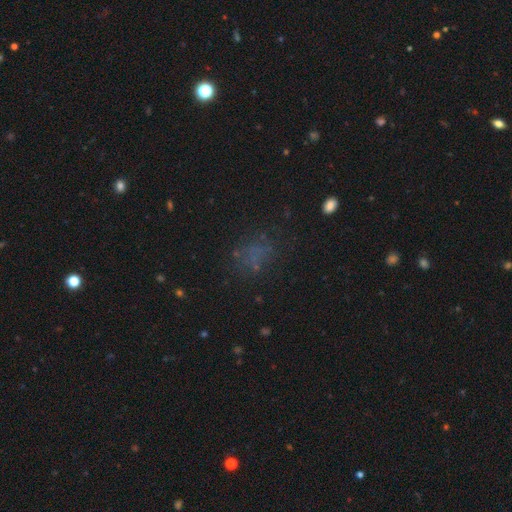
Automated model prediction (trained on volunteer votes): Overall: smooth (49%; star or artifact 33%). Merging: none (63%).